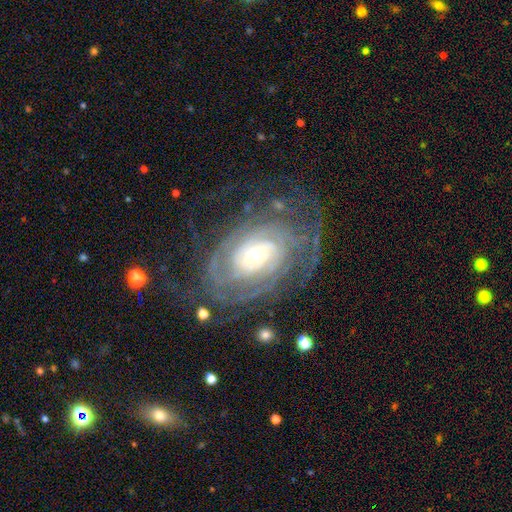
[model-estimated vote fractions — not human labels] Q: Smooth or featured?
A: featured or disk (88%); runner-up: smooth (6%)
Q: Edge-on disk?
A: no (96%); runner-up: yes (4%)
Q: Bar?
A: no (49%); runner-up: weak (34%)
Q: Spiral arms?
A: yes (95%); runner-up: no (5%)
Q: Spiral winding?
A: tight (76%); runner-up: medium (19%)
Q: Spiral arm count?
A: can't tell (36%); runner-up: 2 (19%)
Q: Bulge size?
A: small (46%); runner-up: moderate (44%)
Q: Merging?
A: none (70%); runner-up: minor disturbance (17%)